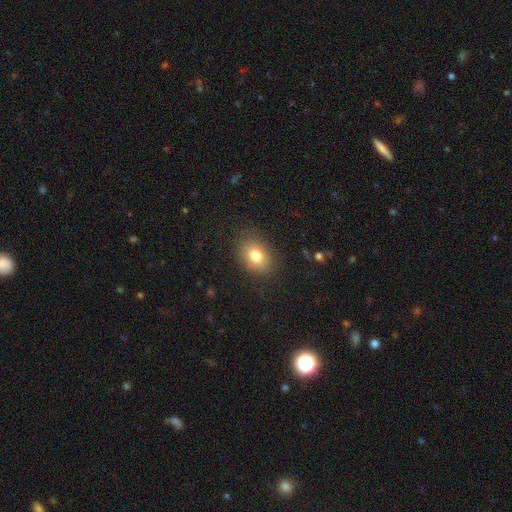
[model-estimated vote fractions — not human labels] Morphology: type=smooth (79%); roundness=in between (68%); merging=none (83%).